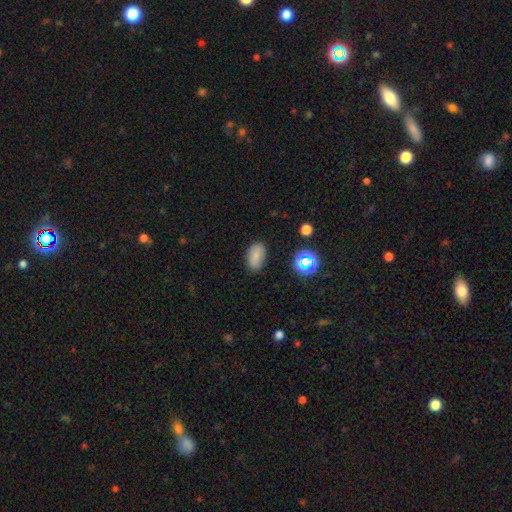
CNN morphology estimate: Overall: smooth (77%). How rounded: in between (89%). Merging: none (82%).